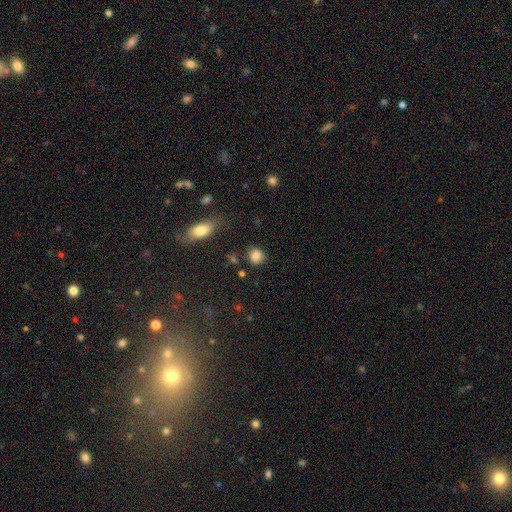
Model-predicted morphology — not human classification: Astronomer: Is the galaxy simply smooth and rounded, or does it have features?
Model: smooth — 85%.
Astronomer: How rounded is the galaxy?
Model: round — 72%.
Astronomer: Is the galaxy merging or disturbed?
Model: none — 75%.